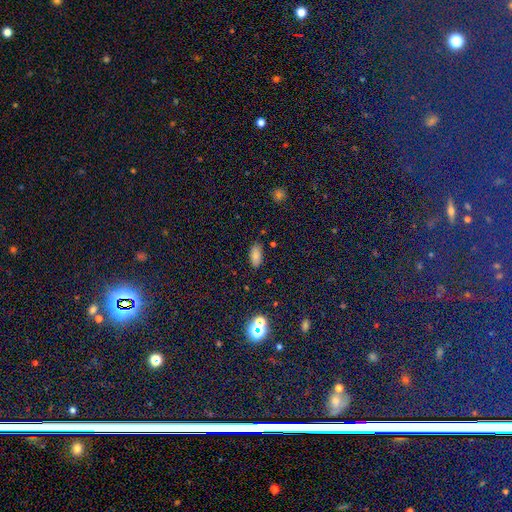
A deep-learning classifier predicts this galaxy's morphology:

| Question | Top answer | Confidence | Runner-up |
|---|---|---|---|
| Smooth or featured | smooth | 77% | star or artifact (15%) |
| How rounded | in between | 89% | cigar-shaped (7%) |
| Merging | none | 85% | minor disturbance (11%) |